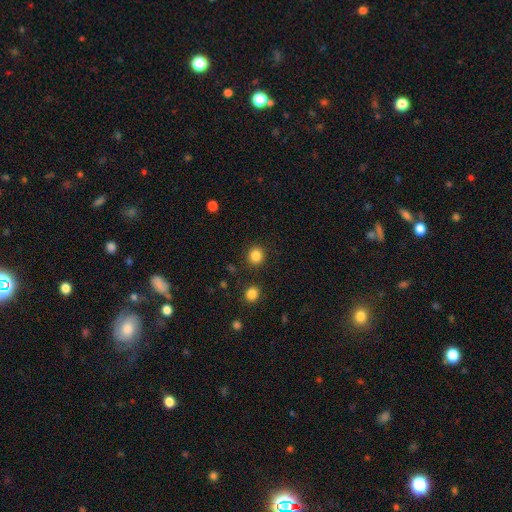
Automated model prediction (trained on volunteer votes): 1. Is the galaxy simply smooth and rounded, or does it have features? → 85% smooth, 11% star or artifact, 4% featured or disk.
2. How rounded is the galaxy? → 83% round, 16% in between, 1% cigar-shaped.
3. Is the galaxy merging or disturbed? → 89% none, 6% minor disturbance, 3% merger, 3% major disturbance.